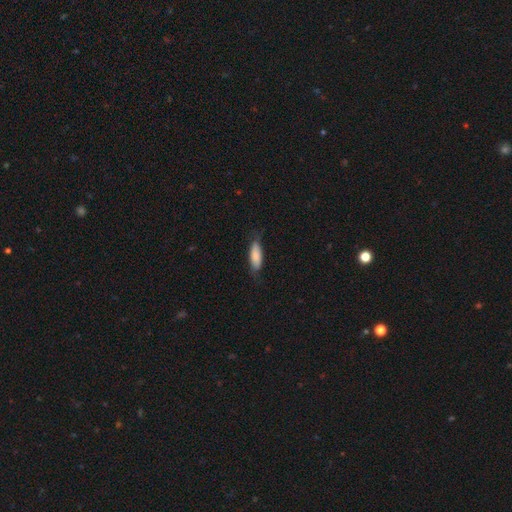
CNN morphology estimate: The model was most divided on "how rounded": in between: 60%, cigar-shaped: 38%, round: 2%. More confident: smooth or featured — smooth (83%); merging — none (75%).